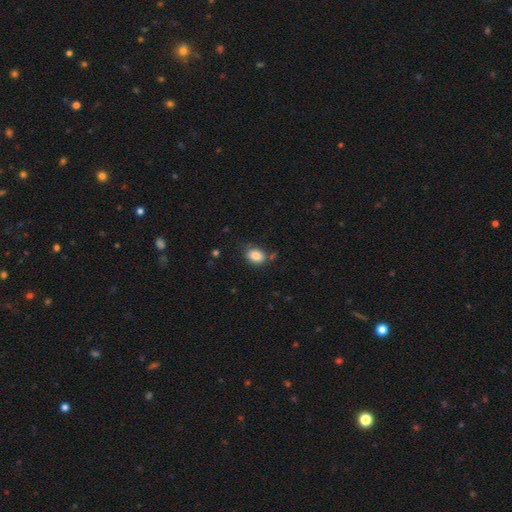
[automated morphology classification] Smooth or featured: smooth — 86% (star or artifact — 8%)
How rounded: in between — 74% (round — 25%)
Merging: none — 70% (minor disturbance — 20%)